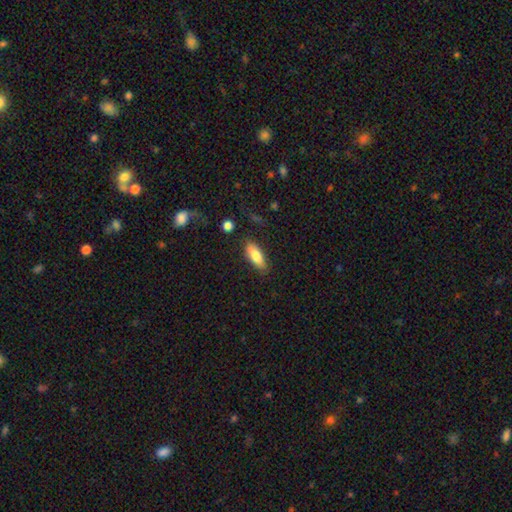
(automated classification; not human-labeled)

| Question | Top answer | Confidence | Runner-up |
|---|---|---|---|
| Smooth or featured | smooth | 76% | featured or disk (18%) |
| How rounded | in between | 71% | cigar-shaped (27%) |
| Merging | none | 81% | minor disturbance (14%) |